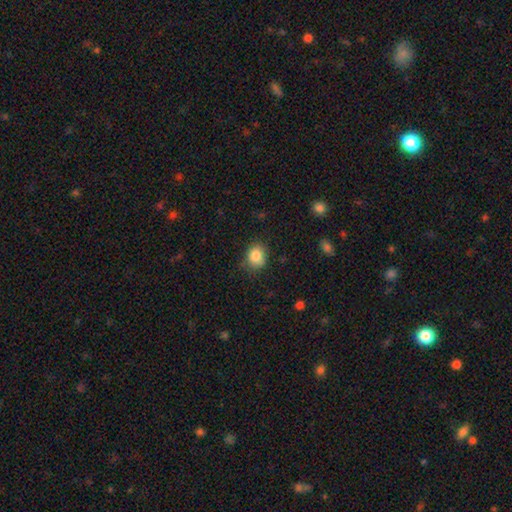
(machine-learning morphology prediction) smooth-or-featured: smooth: 84% | star or artifact: 10% | featured or disk: 6%
  how-rounded: round: 64% | in between: 35% | cigar-shaped: 1%
  merging: none: 79% | minor disturbance: 16% | major disturbance: 3% | merger: 2%